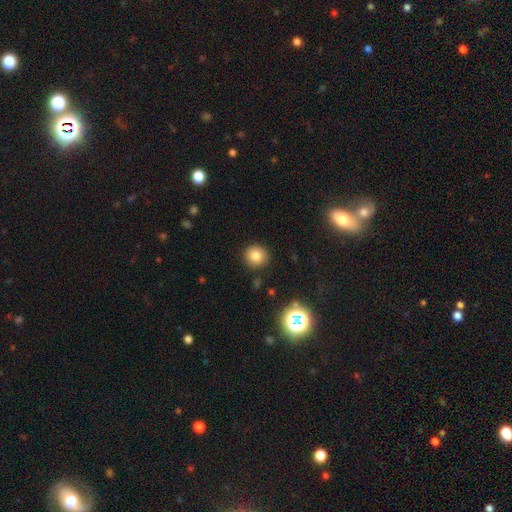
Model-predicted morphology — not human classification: Q: Smooth or featured?
A: smooth (80%); runner-up: star or artifact (13%)
Q: How rounded?
A: round (91%); runner-up: in between (8%)
Q: Merging?
A: none (90%); runner-up: minor disturbance (7%)